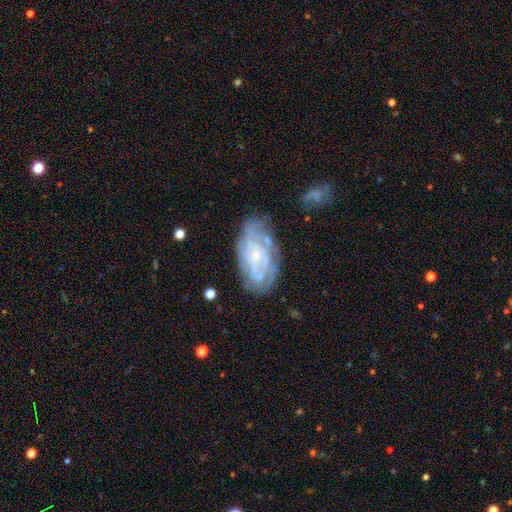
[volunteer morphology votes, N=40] Smooth or featured? 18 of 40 (45%) said featured or disk. Edge-on disk? 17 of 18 (94%) said no. Bar? 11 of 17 (65%) said no. Spiral arms? 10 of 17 (59%) said yes. Spiral winding? 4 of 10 (40%) said tight. Spiral arm count? 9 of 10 (90%) said can't tell. Bulge size? 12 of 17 (71%) said small. Merging? 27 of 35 (77%) said none.